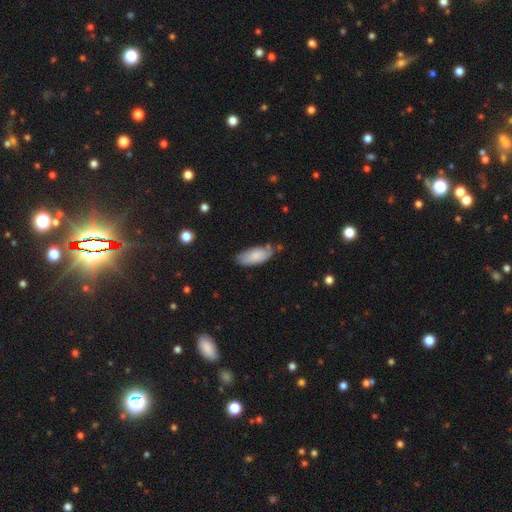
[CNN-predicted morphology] A smooth galaxy with no disk features (80%) that is in between round and cigar-shaped (85%). Merging: none (66%).